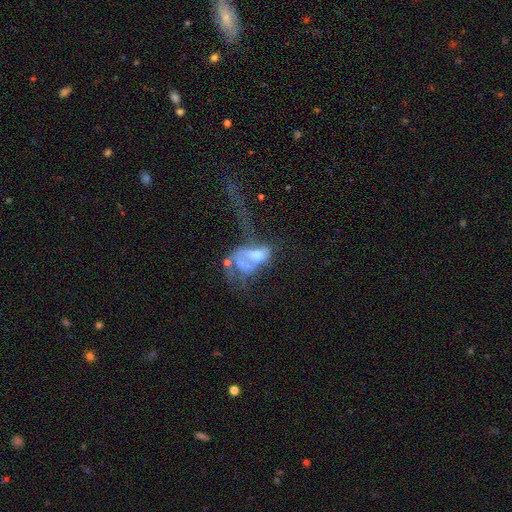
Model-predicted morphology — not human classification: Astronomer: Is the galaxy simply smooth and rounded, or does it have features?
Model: featured or disk — 58%.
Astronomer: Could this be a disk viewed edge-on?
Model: no — 93%.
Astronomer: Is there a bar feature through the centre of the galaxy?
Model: no — 70%.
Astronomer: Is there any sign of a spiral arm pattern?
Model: no — 74%.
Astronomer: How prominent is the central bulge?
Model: moderate — 42% (runner-up: small, 19%).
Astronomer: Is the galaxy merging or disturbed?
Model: major disturbance — 46% (runner-up: merger, 36%).